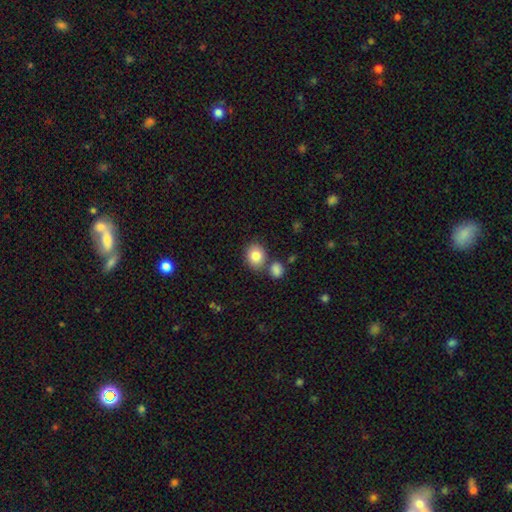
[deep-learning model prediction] smooth-or-featured: smooth: 83% | star or artifact: 9% | featured or disk: 8%
  how-rounded: round: 60% | in between: 39% | cigar-shaped: 1%
  merging: none: 70% | merger: 16% | minor disturbance: 11% | major disturbance: 3%